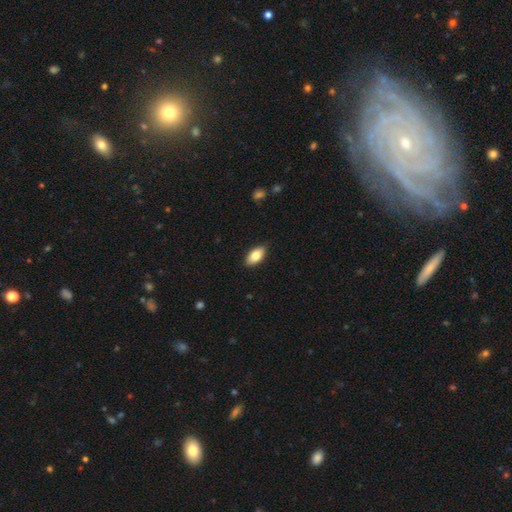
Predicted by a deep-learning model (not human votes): The model was most divided on "smooth or featured": smooth: 81%, featured or disk: 12%, star or artifact: 7%. More confident: how rounded — in between (93%); merging — none (88%).